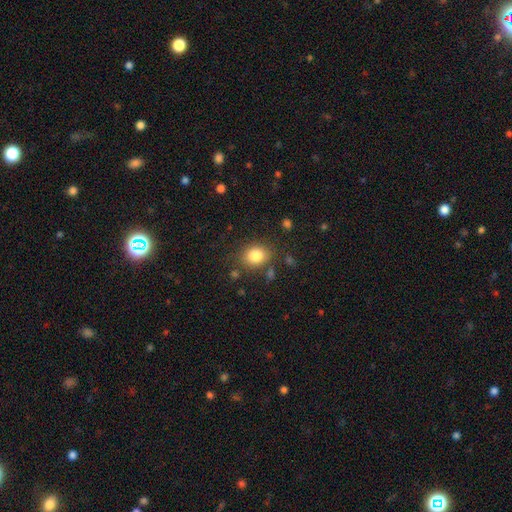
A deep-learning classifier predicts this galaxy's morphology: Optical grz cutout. It shows a smooth galaxy with no disk features (83%) that is round (55%). Merging: none (79%).